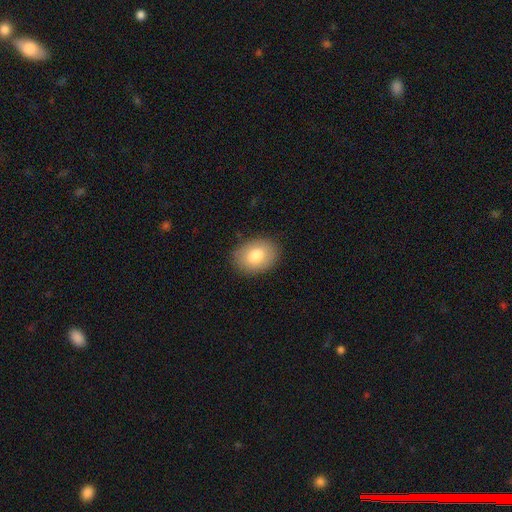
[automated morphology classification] This is likely a smooth galaxy (80%). How rounded: likely in between (71%). Merging: clearly none (87%).